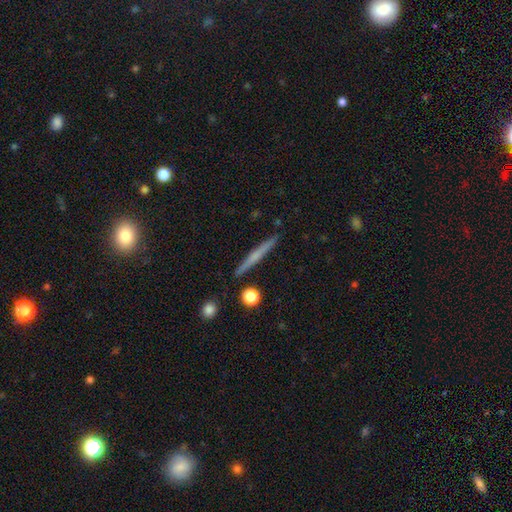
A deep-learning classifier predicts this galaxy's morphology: Overall: featured or disk (49%; smooth 44%). Merging: none (90%).